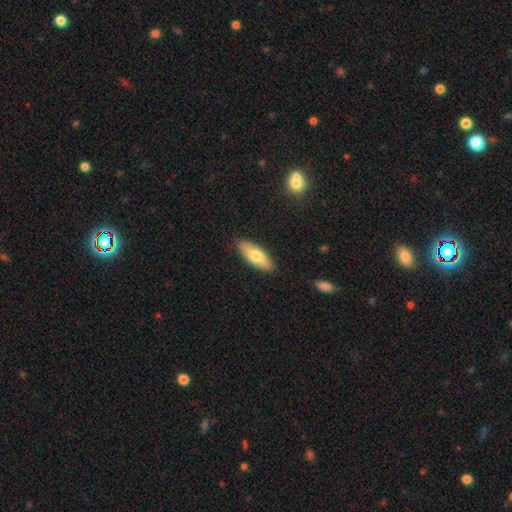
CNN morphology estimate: type=smooth (74%); roundness=in between (70%); merging=none (88%).